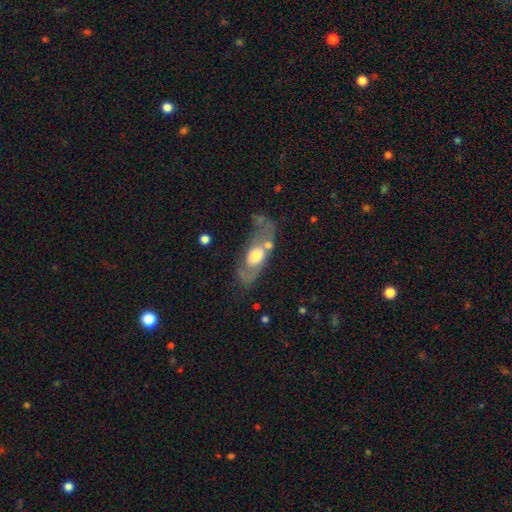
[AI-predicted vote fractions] The model was most divided on "smooth or featured": featured or disk: 58%, smooth: 36%, star or artifact: 7%. Remaining: edge-on disk — no (84%); merging — none (47%).